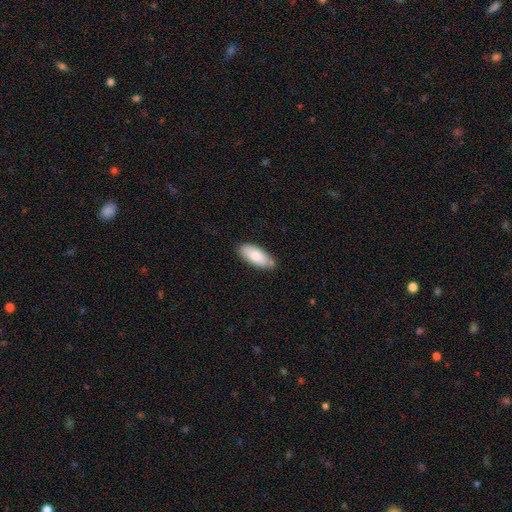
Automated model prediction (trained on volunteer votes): Smooth or featured? smooth (80%)
How rounded? in between (85%)
Merging? none (76%)